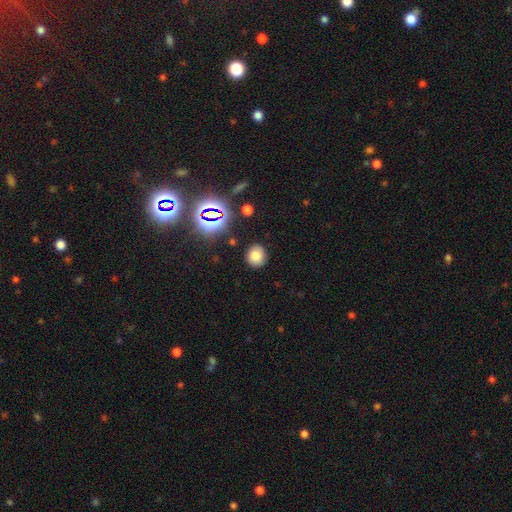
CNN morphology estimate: type=smooth (74%); roundness=round (80%); merging=none (86%).